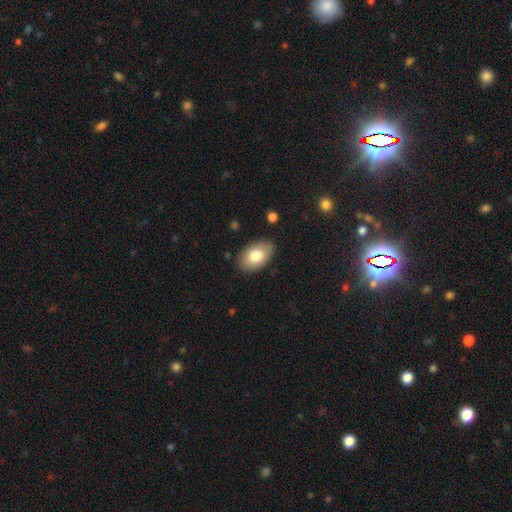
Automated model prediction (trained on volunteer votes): A smooth galaxy with no disk features (78%) that is in between round and cigar-shaped (92%).

Vote fractions:
- Smooth or featured? smooth: 78% / featured or disk: 15% / star or artifact: 7%
- How rounded? in between: 92% / round: 7% / cigar-shaped: 1%
- Merging? none: 86% / minor disturbance: 10% / major disturbance: 2% / merger: 1%